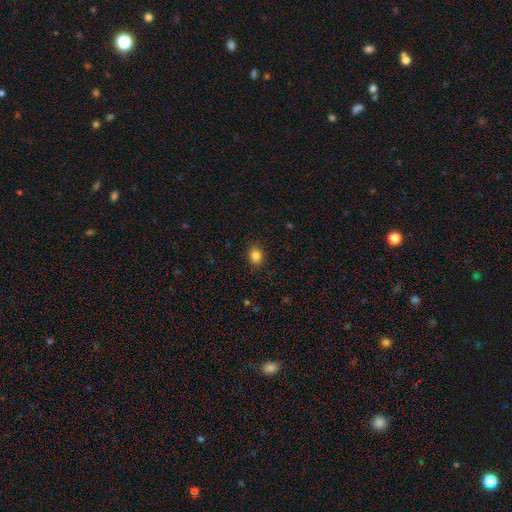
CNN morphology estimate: A smooth galaxy with no disk features (85%) that is round (61%). Merging: none (88%).